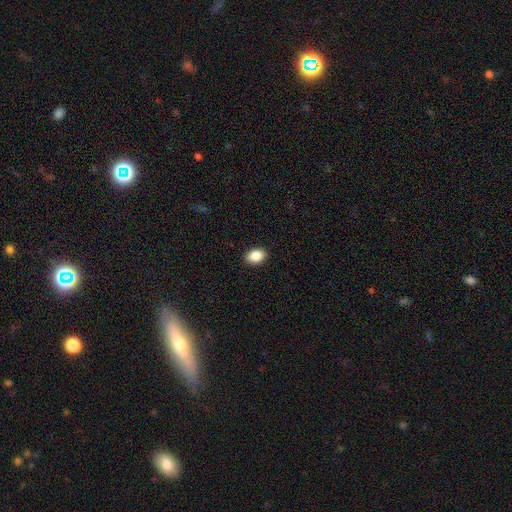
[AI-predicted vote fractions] Smooth or featured: smooth — 86% (star or artifact — 8%)
How rounded: in between — 81% (round — 18%)
Merging: none — 90% (minor disturbance — 7%)